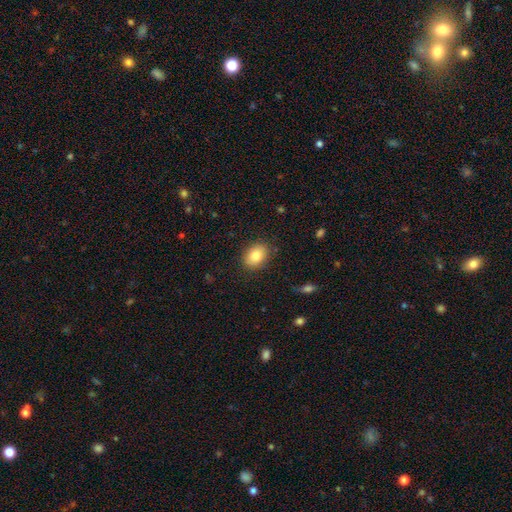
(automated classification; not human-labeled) A smooth galaxy with no disk features (83%) that is in between round and cigar-shaped (70%).

Vote fractions:
- Smooth or featured? smooth: 83% / star or artifact: 8% / featured or disk: 8%
- How rounded? in between: 70% / round: 29% / cigar-shaped: 1%
- Merging? none: 86% / minor disturbance: 10% / major disturbance: 3% / merger: 1%